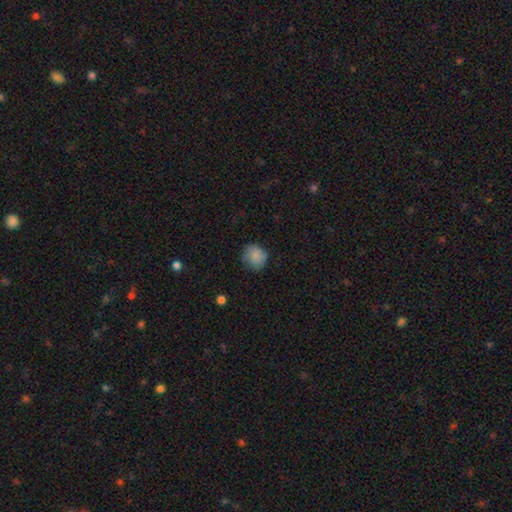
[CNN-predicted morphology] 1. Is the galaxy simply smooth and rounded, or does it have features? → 84% smooth, 9% star or artifact, 8% featured or disk.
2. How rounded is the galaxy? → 82% round, 17% in between, 1% cigar-shaped.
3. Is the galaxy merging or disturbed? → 74% none, 20% minor disturbance, 5% major disturbance, 1% merger.